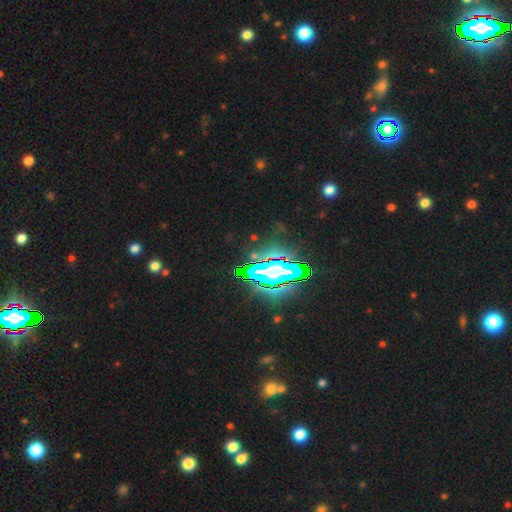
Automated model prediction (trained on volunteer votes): This appears to be a star or artifact, not a galaxy (73%).